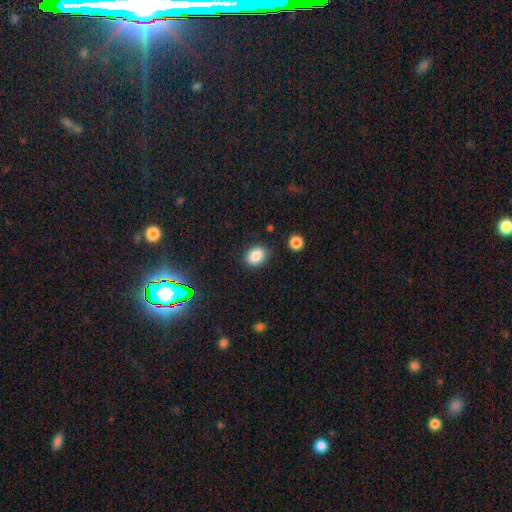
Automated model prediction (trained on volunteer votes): Overall: smooth (85%). How rounded: in between (62%; round 37%). Merging: none (85%).